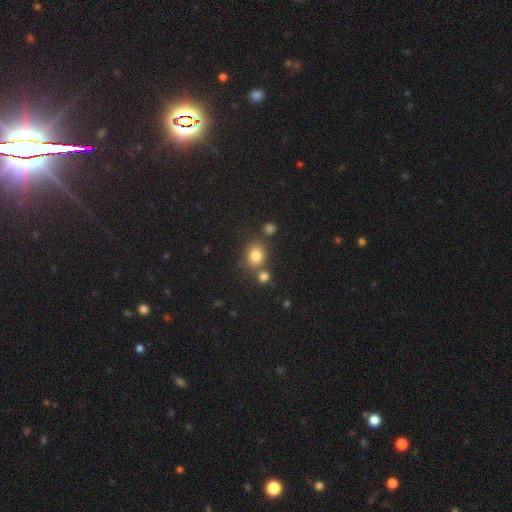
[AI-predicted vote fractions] smooth-or-featured: smooth: 80% | star or artifact: 13% | featured or disk: 7%
  how-rounded: round: 58% | in between: 41% | cigar-shaped: 1%
  merging: none: 65% | merger: 19% | minor disturbance: 12% | major disturbance: 4%